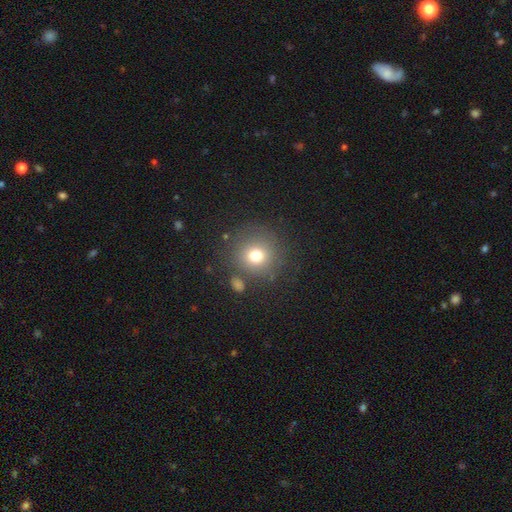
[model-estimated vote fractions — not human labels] A smooth galaxy with no disk features (74%) that is round (91%).

Vote fractions:
- Smooth or featured? smooth: 74% / star or artifact: 15% / featured or disk: 11%
- How rounded? round: 91% / in between: 8% / cigar-shaped: 1%
- Merging? none: 79% / minor disturbance: 10% / major disturbance: 6% / merger: 5%